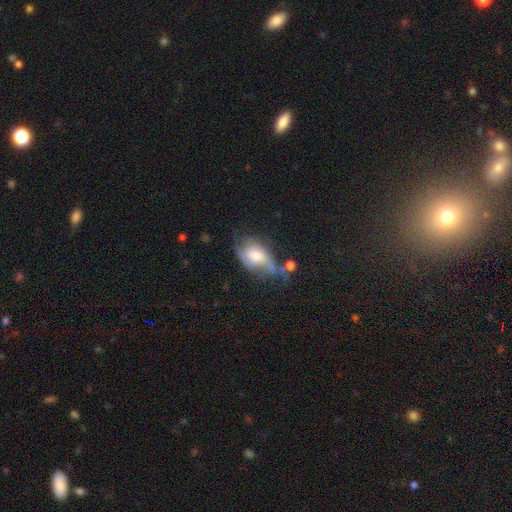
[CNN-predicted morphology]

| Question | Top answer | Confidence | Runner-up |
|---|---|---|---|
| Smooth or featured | featured or disk | 58% | smooth (33%) |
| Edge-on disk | no | 93% | yes (7%) |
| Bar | no | 64% | weak (30%) |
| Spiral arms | yes | 80% | no (20%) |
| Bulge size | moderate | 56% | small (26%) |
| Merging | none | 35% | minor disturbance (29%) |